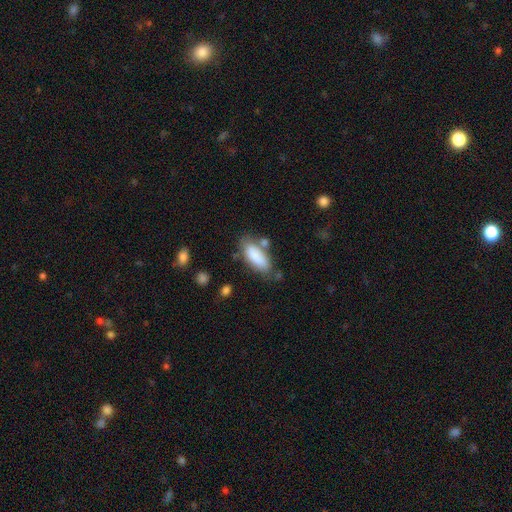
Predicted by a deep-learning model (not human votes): Smooth or featured? smooth (85%)
How rounded? in between (76%)
Merging? none (63%)